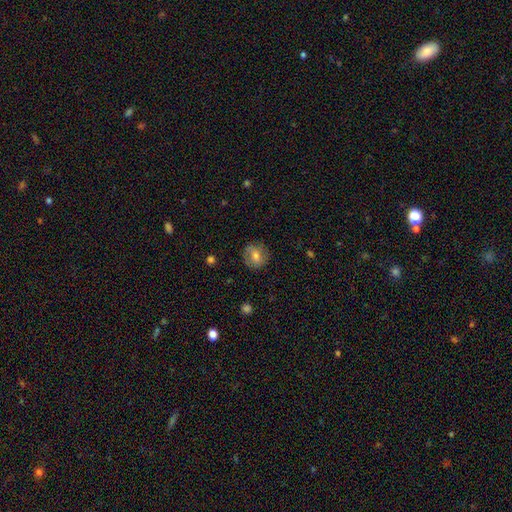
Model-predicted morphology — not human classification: A smooth galaxy with no disk features (60%) that is round (79%).

Vote fractions:
- Smooth or featured? smooth: 60% / featured or disk: 30% / star or artifact: 9%
- How rounded? round: 79% / in between: 20% / cigar-shaped: 1%
- Merging? none: 81% / minor disturbance: 13% / major disturbance: 4% / merger: 1%